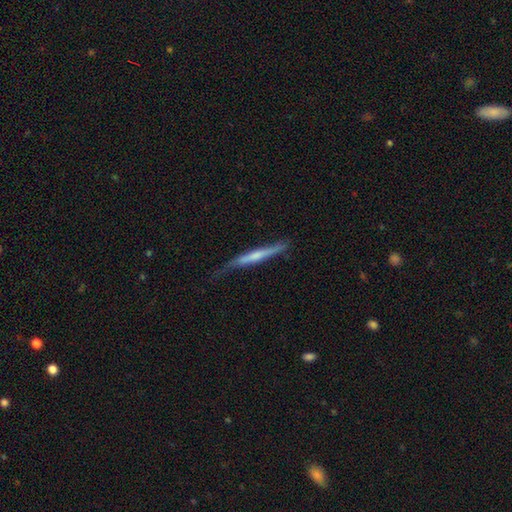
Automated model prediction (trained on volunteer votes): This is possibly a featured or disk galaxy (50%). It is clearly viewed edge-on (92%). Merging: likely none (61%).